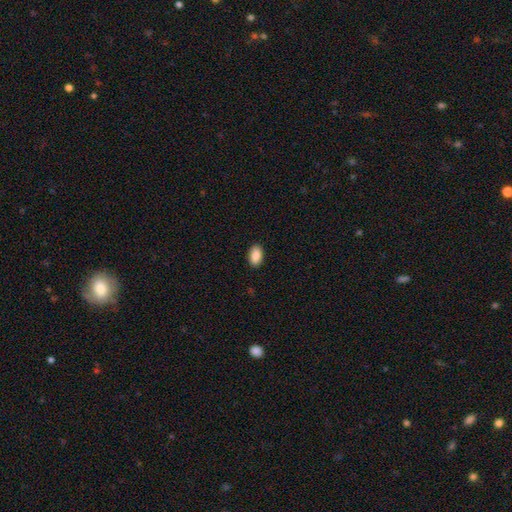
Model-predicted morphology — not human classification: smooth 88%, star or artifact 7%, featured or disk 5%. Down the decision tree: how rounded — in between (93%); merging — none (90%).